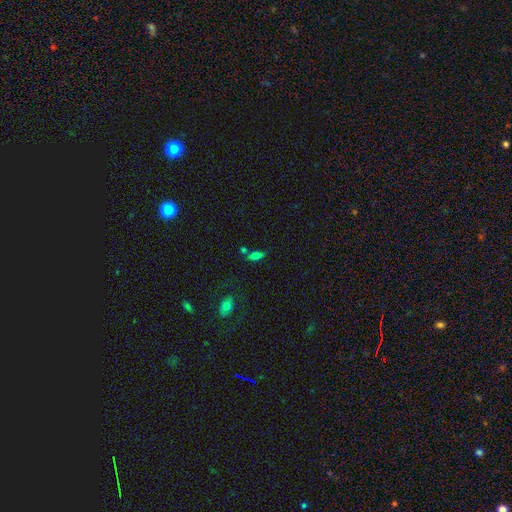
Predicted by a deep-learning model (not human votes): This appears to be a smooth galaxy with no disk features (69%) that is in between round and cigar-shaped (79%). Merging: none (55%).